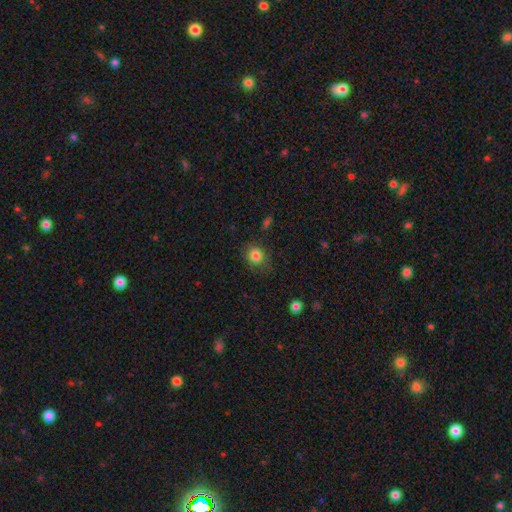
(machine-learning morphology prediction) Smooth or featured?
  - smooth: 82% *
  - star or artifact: 11%
  - featured or disk: 7%
How rounded?
  - round: 78% *
  - in between: 21%
  - cigar-shaped: 1%
Merging?
  - none: 79% *
  - minor disturbance: 15%
  - major disturbance: 4%
  - merger: 2%